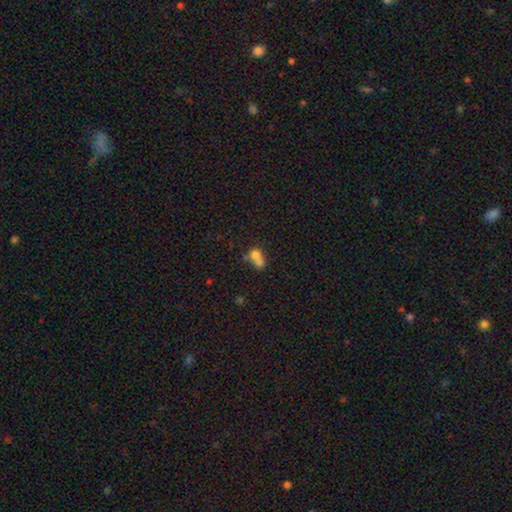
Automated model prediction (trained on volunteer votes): smooth-or-featured: smooth: 69% | featured or disk: 19% | star or artifact: 12%
  how-rounded: round: 65% | in between: 34% | cigar-shaped: 1%
  merging: merger: 67% | none: 23% | minor disturbance: 6% | major disturbance: 4%